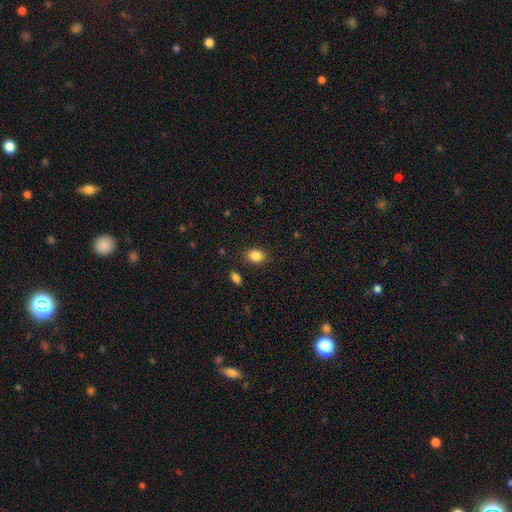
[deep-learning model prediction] Overall: smooth (86%). How rounded: in between (67%; round 32%). Merging: none (85%).